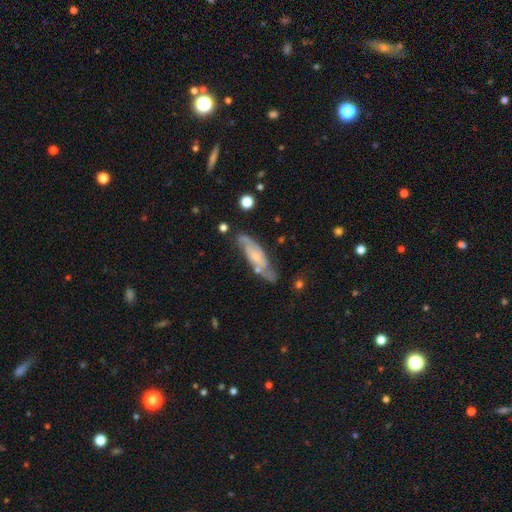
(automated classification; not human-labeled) smooth-or-featured: featured or disk: 70% | smooth: 24% | star or artifact: 6%
  disk-edge-on: no: 79% | yes: 21%
    bar: no: 55% | weak: 35% | strong: 10%
    has-spiral-arms: yes: 90% | no: 10%
    bulge-size: small: 57% | moderate: 21% | none: 18% | large: 3% | dominant: 1%
  merging: none: 66% | minor disturbance: 21% | major disturbance: 7% | merger: 5%